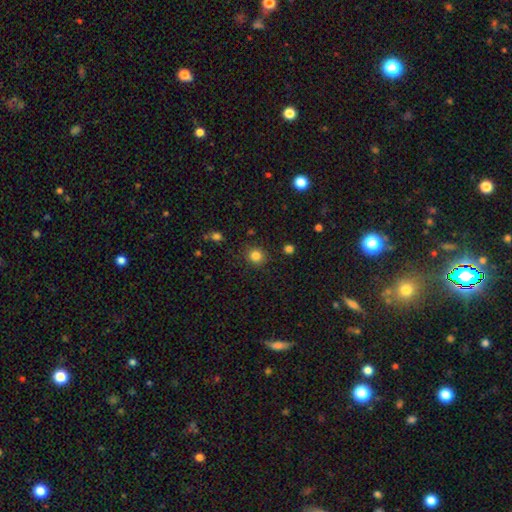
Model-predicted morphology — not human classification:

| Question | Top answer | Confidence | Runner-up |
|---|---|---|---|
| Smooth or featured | smooth | 84% | star or artifact (12%) |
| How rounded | round | 88% | in between (11%) |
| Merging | none | 88% | minor disturbance (8%) |